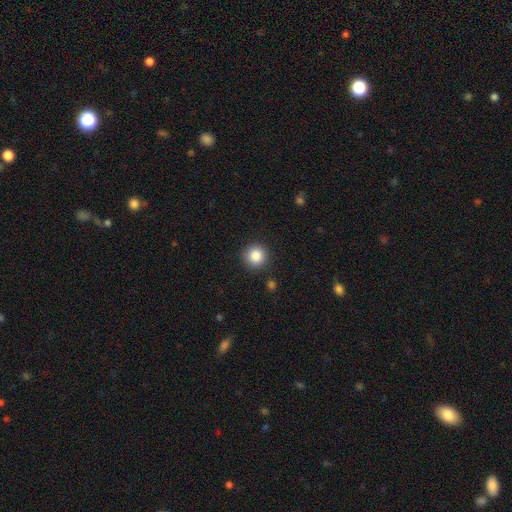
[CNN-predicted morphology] Smooth or featured?
  - smooth: 86% *
  - star or artifact: 10%
  - featured or disk: 4%
How rounded?
  - round: 94% *
  - in between: 5%
  - cigar-shaped: 1%
Merging?
  - none: 89% *
  - minor disturbance: 7%
  - major disturbance: 2%
  - merger: 2%